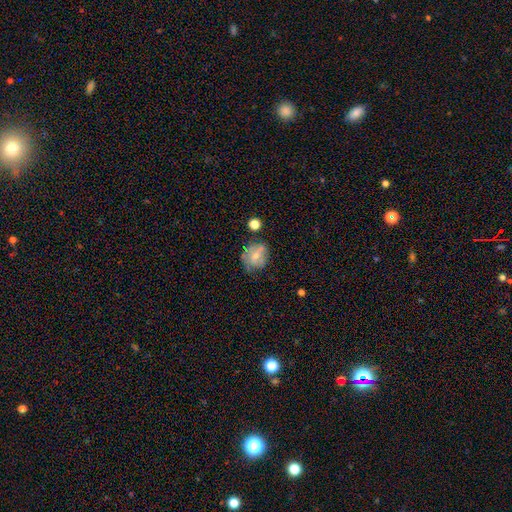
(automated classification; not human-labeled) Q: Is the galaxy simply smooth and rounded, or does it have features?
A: smooth — 56%.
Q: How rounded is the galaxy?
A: round — 68%.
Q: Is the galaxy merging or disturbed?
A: none — 56%.